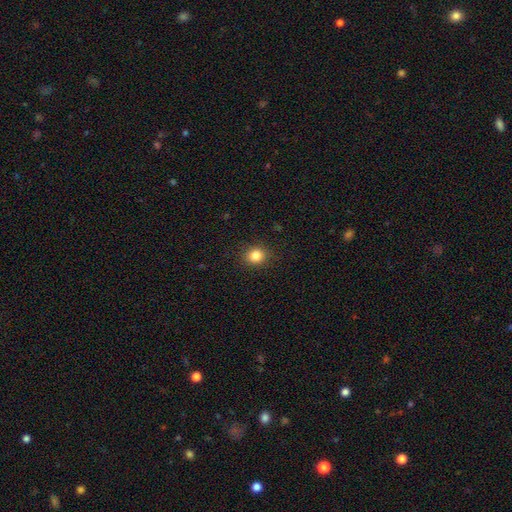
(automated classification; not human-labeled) Q: Smooth or featured?
A: smooth (84%); runner-up: star or artifact (11%)
Q: How rounded?
A: round (78%); runner-up: in between (22%)
Q: Merging?
A: none (90%); runner-up: minor disturbance (7%)